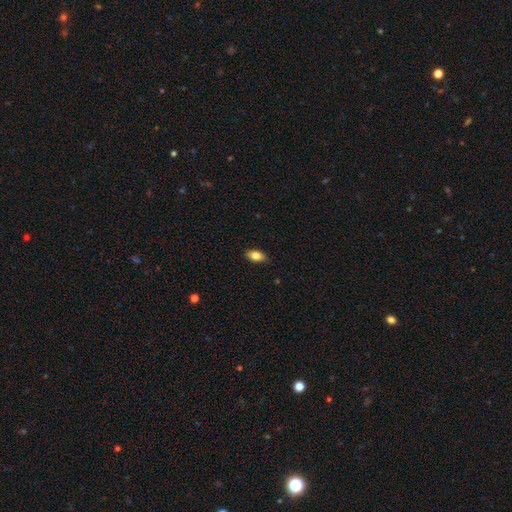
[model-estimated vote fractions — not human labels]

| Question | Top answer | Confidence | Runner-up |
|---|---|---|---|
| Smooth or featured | smooth | 82% | featured or disk (11%) |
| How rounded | in between | 89% | cigar-shaped (6%) |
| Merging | none | 87% | minor disturbance (10%) |